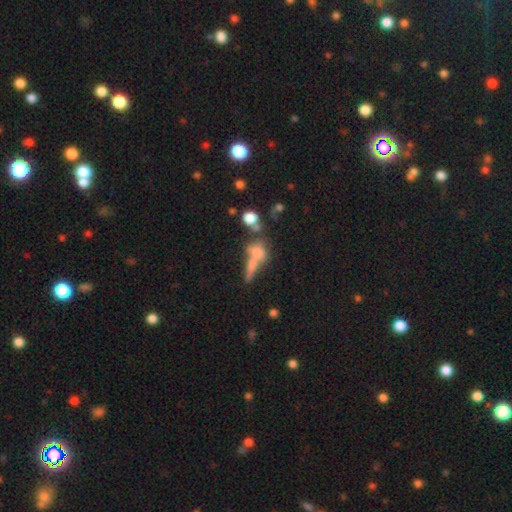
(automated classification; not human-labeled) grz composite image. It shows a smooth galaxy with no disk features (57%) that is in between round and cigar-shaped (42%). Merging: merger (44%).